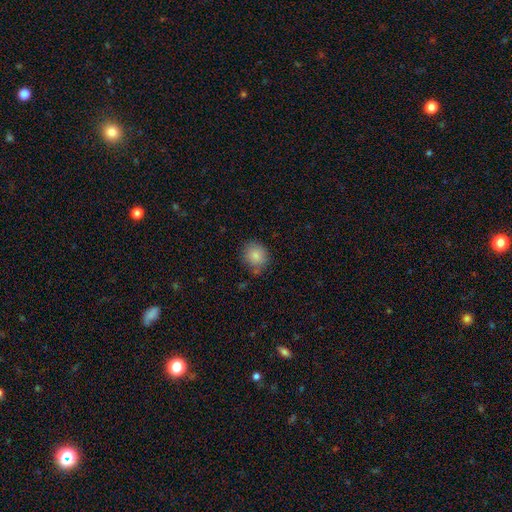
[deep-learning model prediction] The model was most divided on "how rounded": round: 81%, in between: 18%, cigar-shaped: 1%. More confident: smooth or featured — smooth (85%); merging — none (78%).